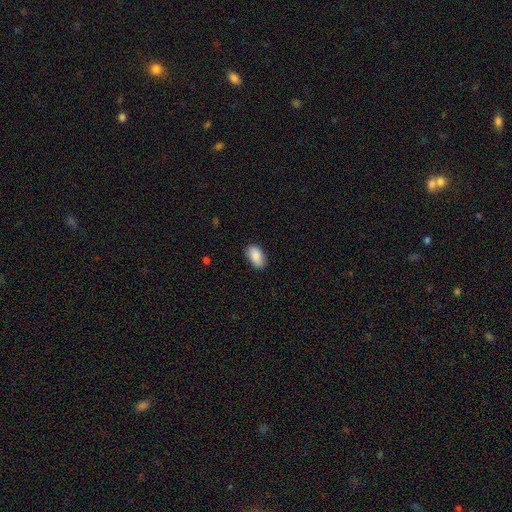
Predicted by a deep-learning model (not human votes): smooth_or_featured: smooth (p=0.88) [alt: star or artifact p=0.06]
how_rounded: in between (p=0.93) [alt: round p=0.05]
merging: none (p=0.86) [alt: minor disturbance p=0.11]